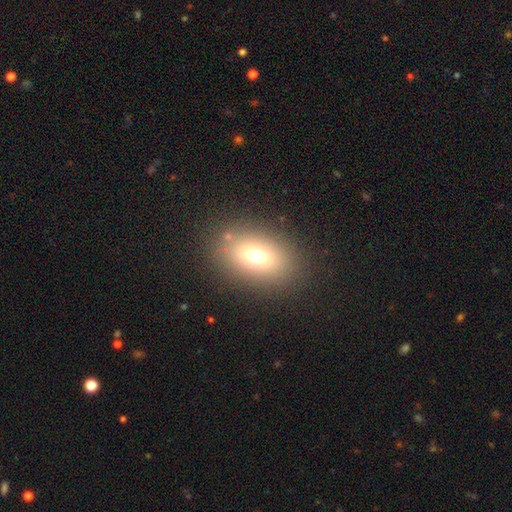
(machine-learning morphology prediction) Smooth or featured?
  - smooth: 69% *
  - star or artifact: 17%
  - featured or disk: 14%
How rounded?
  - in between: 71% *
  - round: 28%
  - cigar-shaped: 2%
Merging?
  - none: 84% *
  - minor disturbance: 9%
  - major disturbance: 5%
  - merger: 2%